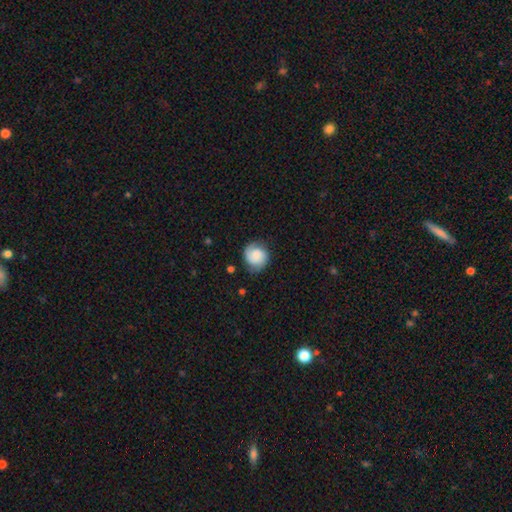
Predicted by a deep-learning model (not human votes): Smooth or featured: smooth — 60% (featured or disk — 31%)
How rounded: round — 83% (in between — 16%)
Merging: none — 73% (minor disturbance — 20%)